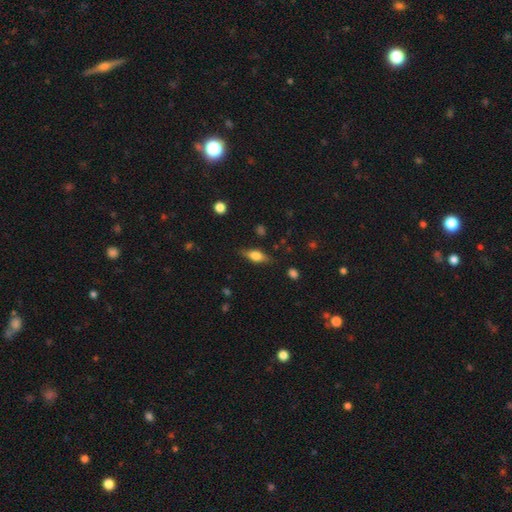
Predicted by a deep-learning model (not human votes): A smooth galaxy with no disk features (59%) that is in between round and cigar-shaped (67%). Merging: none (81%).